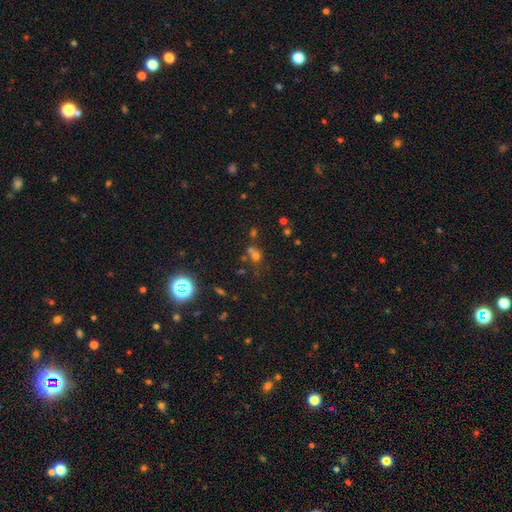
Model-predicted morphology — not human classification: Q: Smooth or featured?
A: smooth (53%); runner-up: star or artifact (32%)
Q: How rounded?
A: round (71%); runner-up: in between (27%)
Q: Merging?
A: merger (42%); tied with: none (42%)